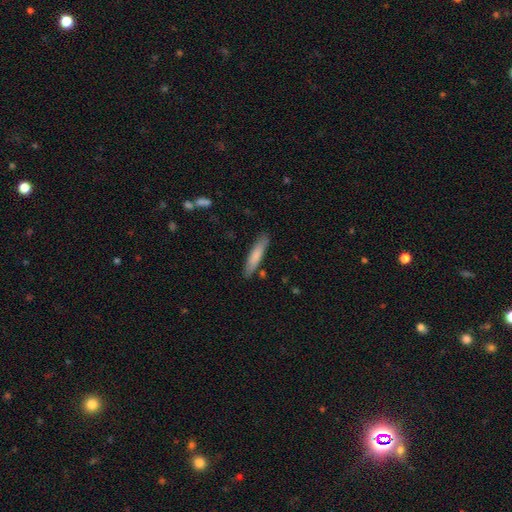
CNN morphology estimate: The model was most divided on "smooth or featured": smooth: 77%, featured or disk: 17%, star or artifact: 6%. More confident: how rounded — cigar-shaped (84%); merging — none (84%).